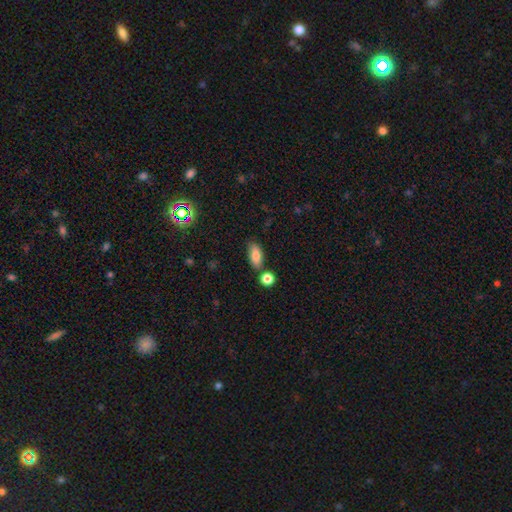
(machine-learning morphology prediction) smooth 80%, featured or disk 11%, star or artifact 9%. Down the decision tree: how rounded — in between (82%); merging — none (73%).